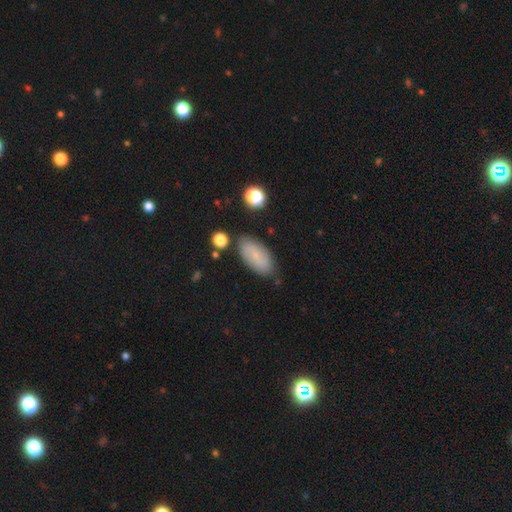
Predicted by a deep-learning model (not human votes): smooth 64%, featured or disk 28%, star or artifact 8%. Down the decision tree: how rounded — in between (89%); merging — none (79%).